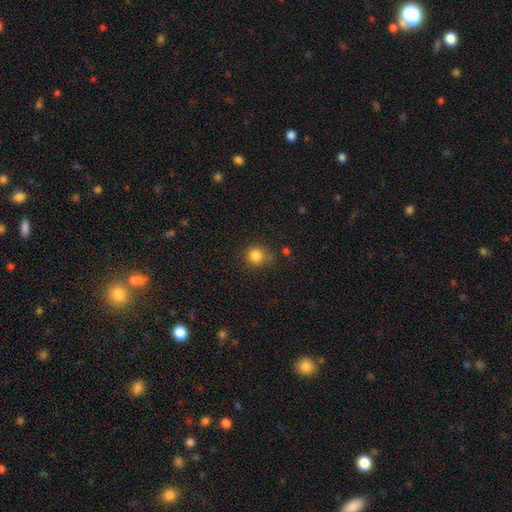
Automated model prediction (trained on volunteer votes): Overall: smooth (84%). How rounded: round (90%). Merging: none (77%).